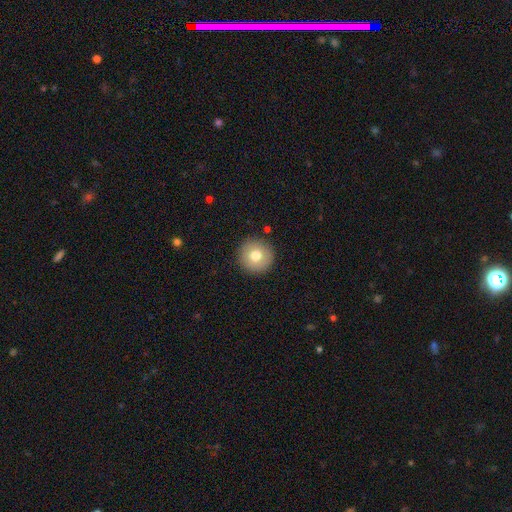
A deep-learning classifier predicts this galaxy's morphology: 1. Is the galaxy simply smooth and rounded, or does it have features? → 76% smooth, 15% featured or disk, 9% star or artifact.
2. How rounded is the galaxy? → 96% round, 3% in between, 1% cigar-shaped.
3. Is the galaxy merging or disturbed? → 91% none, 6% minor disturbance, 2% major disturbance, 1% merger.